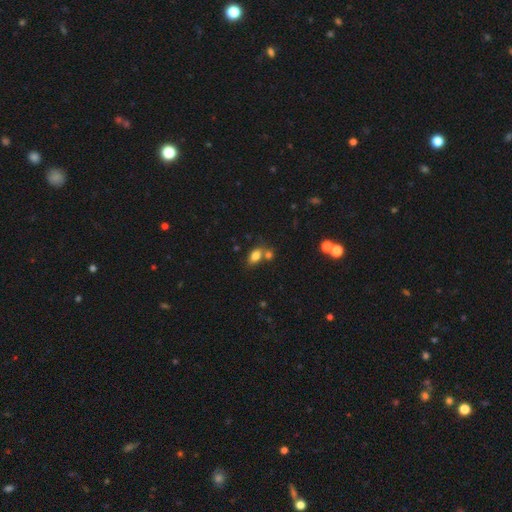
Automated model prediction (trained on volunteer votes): Q: Smooth or featured?
A: smooth (81%); runner-up: star or artifact (11%)
Q: How rounded?
A: in between (84%); runner-up: round (13%)
Q: Merging?
A: none (53%); runner-up: merger (31%)